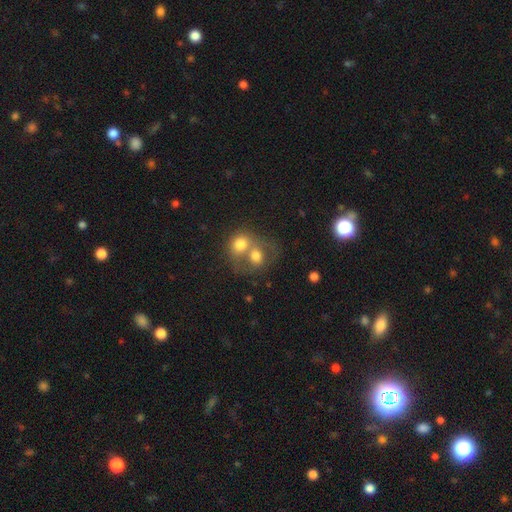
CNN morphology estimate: Q: Smooth or featured?
A: smooth (67%); runner-up: featured or disk (24%)
Q: How rounded?
A: round (65%); runner-up: in between (34%)
Q: Merging?
A: merger (68%); runner-up: none (20%)